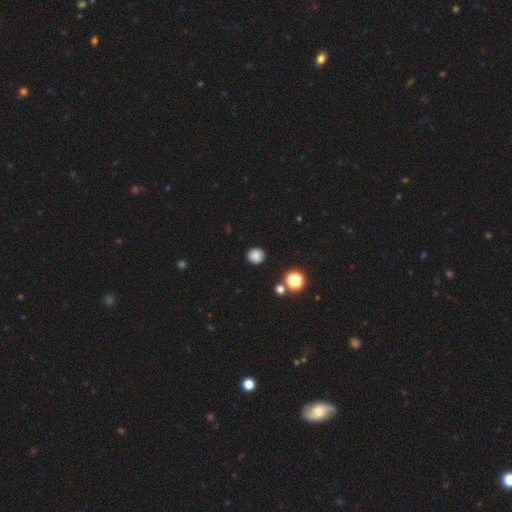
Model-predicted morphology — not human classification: Smooth or featured?
  - smooth: 84% *
  - star or artifact: 12%
  - featured or disk: 4%
How rounded?
  - round: 84% *
  - in between: 15%
  - cigar-shaped: 1%
Merging?
  - none: 89% *
  - minor disturbance: 7%
  - major disturbance: 2%
  - merger: 2%